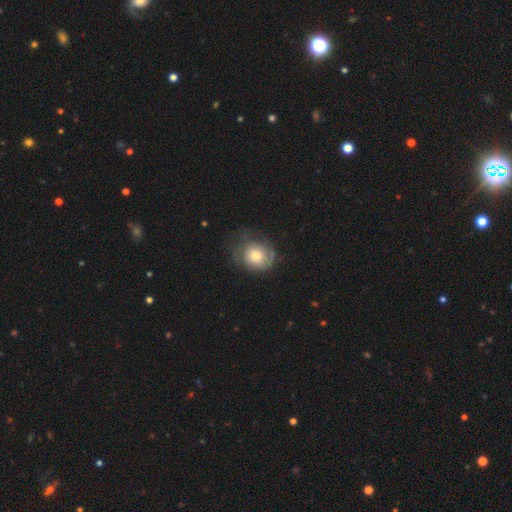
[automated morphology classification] smooth-or-featured: smooth: 48% | featured or disk: 44% | star or artifact: 8%
  merging: none: 54% | minor disturbance: 26% | major disturbance: 19% | merger: 1%